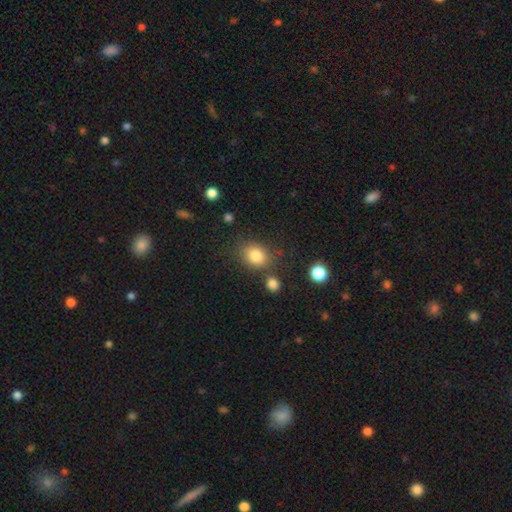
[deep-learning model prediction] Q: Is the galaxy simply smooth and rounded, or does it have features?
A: smooth — 82%.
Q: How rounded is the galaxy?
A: in between — 50%.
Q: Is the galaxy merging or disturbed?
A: none — 74%.